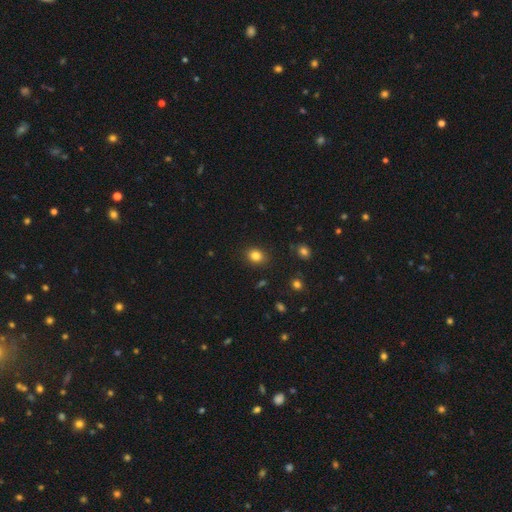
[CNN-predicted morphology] Smooth or featured: smooth — 83% (star or artifact — 11%)
How rounded: round — 59% (in between — 40%)
Merging: none — 87% (minor disturbance — 9%)